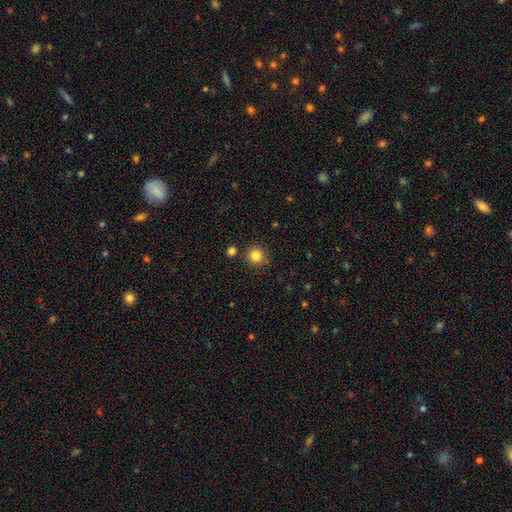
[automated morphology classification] Smooth or featured: smooth — 83% (star or artifact — 12%)
How rounded: round — 93% (in between — 6%)
Merging: none — 84% (minor disturbance — 8%)